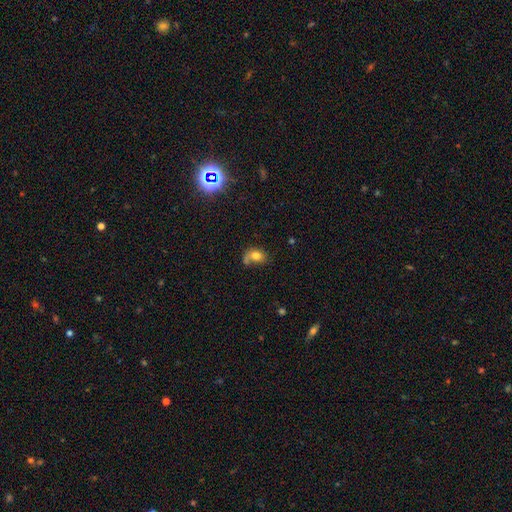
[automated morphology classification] This is likely a smooth galaxy (71%). How rounded: likely in between (68%). Merging: marginally none (39%).